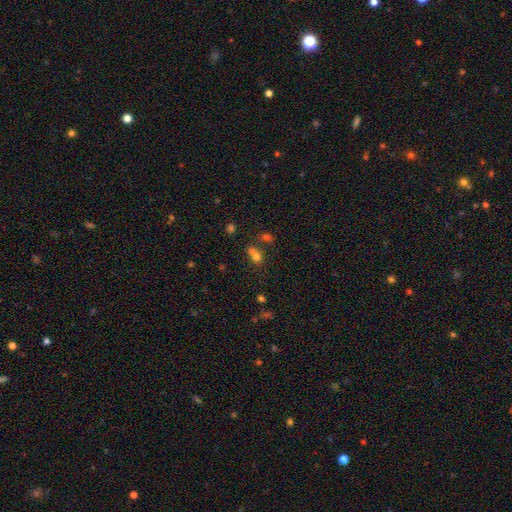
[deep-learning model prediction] A smooth galaxy with no disk features (66%) that is round (68%).

Vote fractions:
- Smooth or featured? smooth: 66% / star or artifact: 21% / featured or disk: 13%
- How rounded? round: 68% / in between: 30% / cigar-shaped: 2%
- Merging? merger: 53% / none: 35% / minor disturbance: 8% / major disturbance: 5%